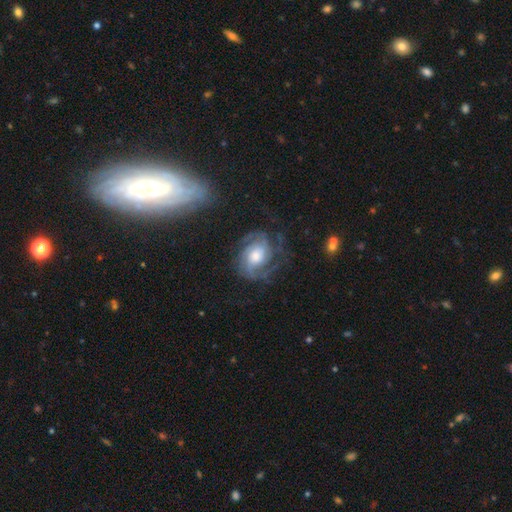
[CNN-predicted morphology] smooth-or-featured: featured or disk: 86% | smooth: 8% | star or artifact: 6%
  disk-edge-on: no: 98% | yes: 2%
    bar: no: 63% | weak: 30% | strong: 7%
    has-spiral-arms: yes: 97% | no: 3%
      spiral-winding: tight: 52% | medium: 39% | loose: 9%
      spiral-arm-count: 3: 32% | 2: 31% | can't tell: 17% | 4: 8% | 1: 6% | more than 4: 6%
    bulge-size: moderate: 54% | large: 28% | small: 12% | none: 2% | dominant: 2%
  merging: none: 68% | minor disturbance: 17% | major disturbance: 13% | merger: 2%